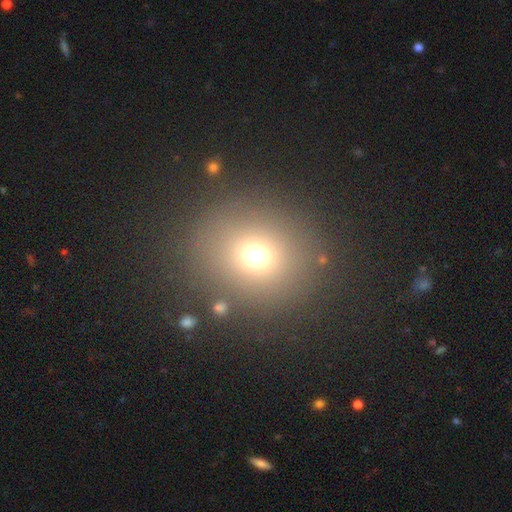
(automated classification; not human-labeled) smooth_or_featured: smooth (p=0.68) [alt: star or artifact p=0.22]
how_rounded: round (p=0.83) [alt: in between p=0.16]
merging: none (p=0.83) [alt: minor disturbance p=0.08]